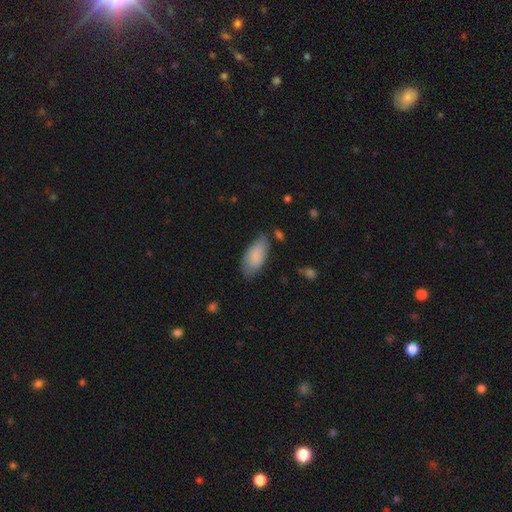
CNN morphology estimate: Smooth or featured?
  - smooth: 85% *
  - featured or disk: 9%
  - star or artifact: 6%
How rounded?
  - in between: 90% *
  - cigar-shaped: 8%
  - round: 2%
Merging?
  - none: 67% *
  - minor disturbance: 25%
  - major disturbance: 5%
  - merger: 2%